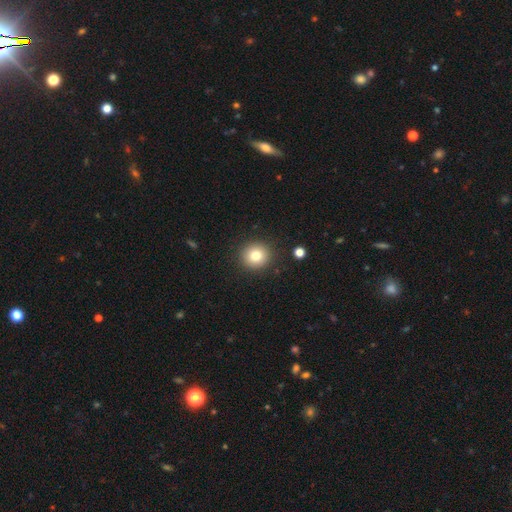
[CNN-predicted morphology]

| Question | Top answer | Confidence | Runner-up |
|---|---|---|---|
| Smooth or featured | smooth | 80% | star or artifact (11%) |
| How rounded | round | 90% | in between (9%) |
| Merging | none | 90% | minor disturbance (6%) |